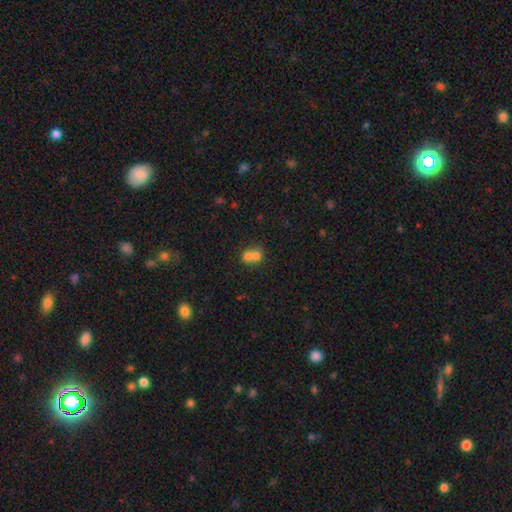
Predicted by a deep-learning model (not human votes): Overall: smooth (70%). How rounded: round (67%; in between 32%). Merging: merger (71%).